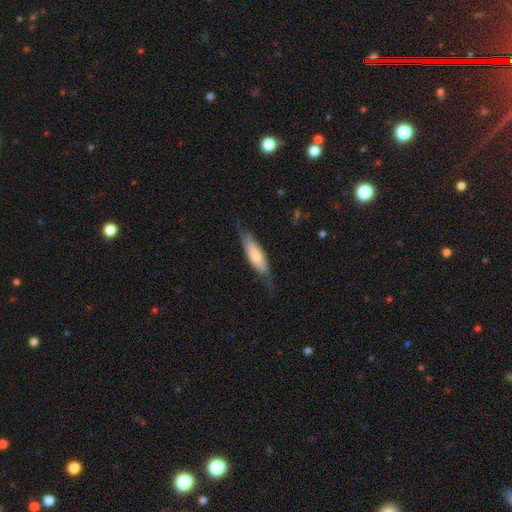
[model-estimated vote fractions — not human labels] This is likely a smooth galaxy (62%). How rounded: possibly cigar-shaped (53%). Merging: likely none (66%).